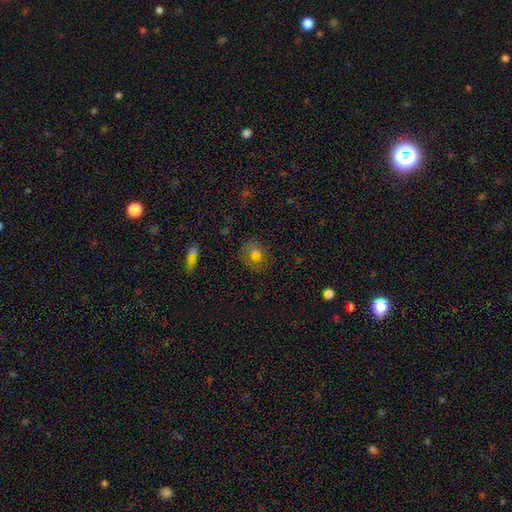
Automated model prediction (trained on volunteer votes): smooth-or-featured: smooth: 66% | star or artifact: 19% | featured or disk: 15%
  how-rounded: round: 56% | in between: 42% | cigar-shaped: 2%
  merging: none: 59% | minor disturbance: 17% | merger: 16% | major disturbance: 8%